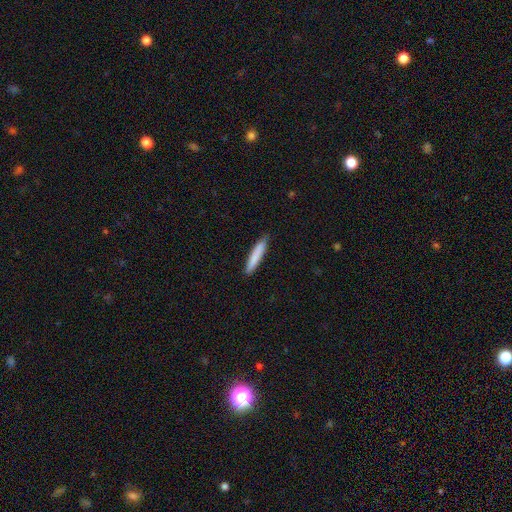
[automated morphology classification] Smooth or featured: smooth — 83% (featured or disk — 12%)
How rounded: cigar-shaped — 90% (in between — 8%)
Merging: none — 85% (minor disturbance — 12%)